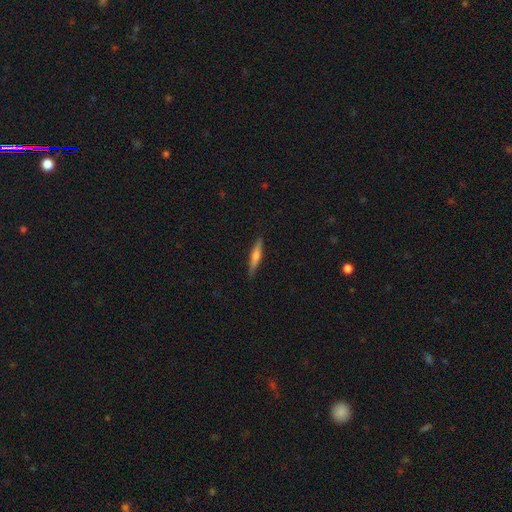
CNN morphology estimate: A smooth galaxy with no disk features (51%) that is cigar-shaped (90%).

Vote fractions:
- Smooth or featured? smooth: 51% / featured or disk: 43% / star or artifact: 6%
- How rounded? cigar-shaped: 90% / in between: 8% / round: 2%
- Merging? none: 90% / minor disturbance: 8% / major disturbance: 2% / merger: 1%